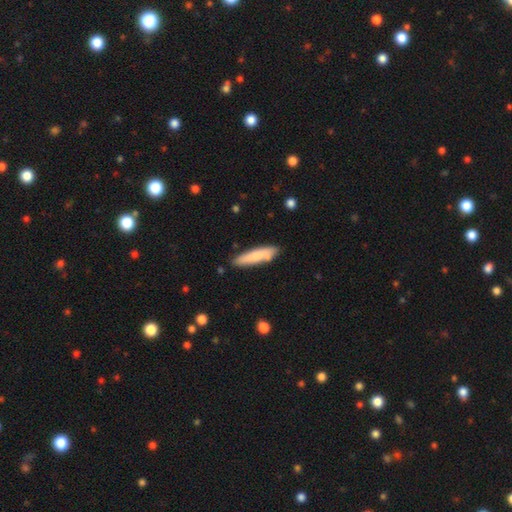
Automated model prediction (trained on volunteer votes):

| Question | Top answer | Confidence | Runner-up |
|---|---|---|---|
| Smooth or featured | smooth | 78% | featured or disk (17%) |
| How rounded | cigar-shaped | 81% | in between (18%) |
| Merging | none | 80% | minor disturbance (14%) |